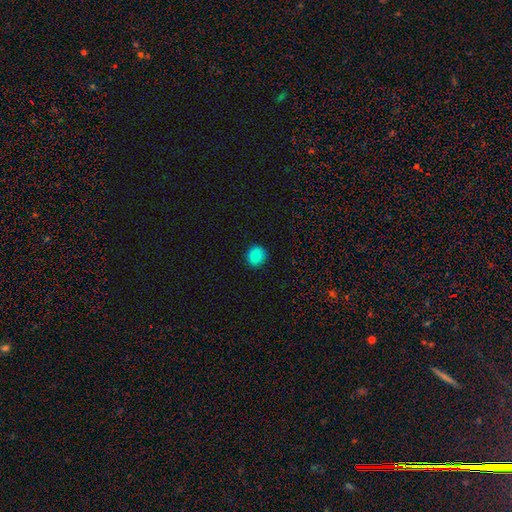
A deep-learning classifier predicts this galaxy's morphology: A smooth galaxy with no disk features (86%) that is round (88%).

Vote fractions:
- Smooth or featured? smooth: 86% / star or artifact: 12% / featured or disk: 2%
- How rounded? round: 88% / in between: 11% / cigar-shaped: 1%
- Merging? none: 91% / minor disturbance: 6% / major disturbance: 2% / merger: 1%